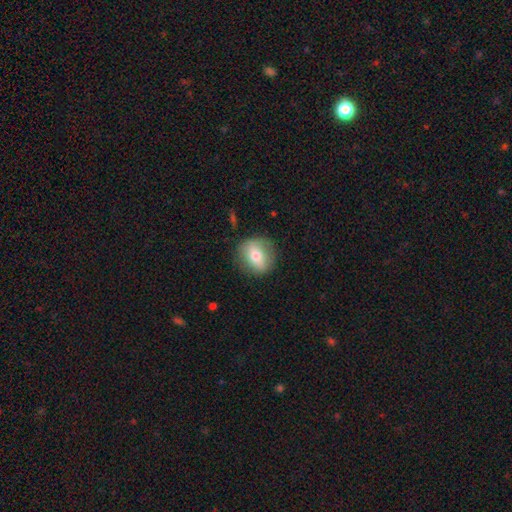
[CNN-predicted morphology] A smooth galaxy with no disk features (65%) that is round (72%). Merging: none (83%).